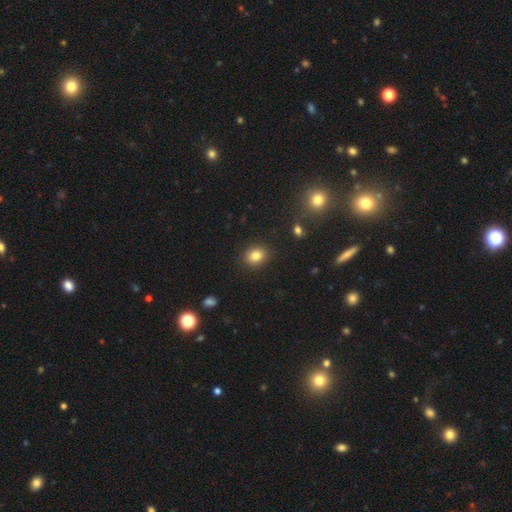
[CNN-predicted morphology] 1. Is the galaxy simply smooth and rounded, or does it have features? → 83% smooth, 11% star or artifact, 6% featured or disk.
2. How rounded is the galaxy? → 56% round, 43% in between, 1% cigar-shaped.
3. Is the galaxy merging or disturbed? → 89% none, 7% minor disturbance, 2% major disturbance, 1% merger.